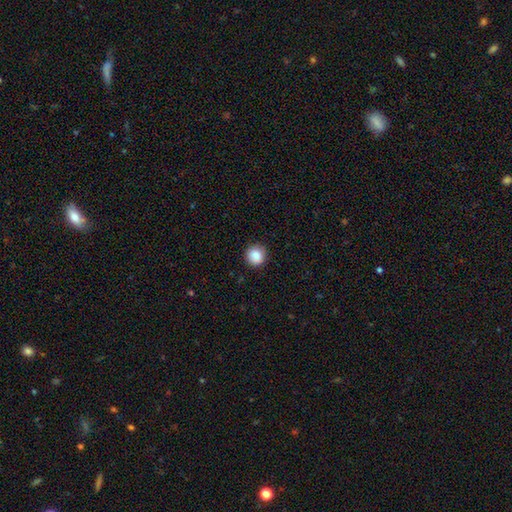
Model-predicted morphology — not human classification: Overall: smooth (86%). How rounded: round (91%). Merging: none (86%).